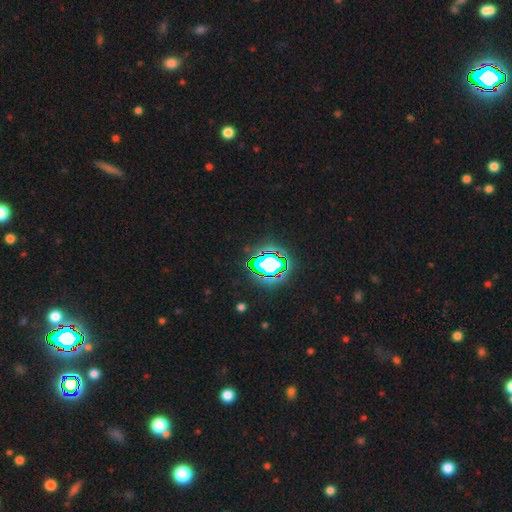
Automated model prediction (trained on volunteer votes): Smooth or featured? star or artifact (80%)